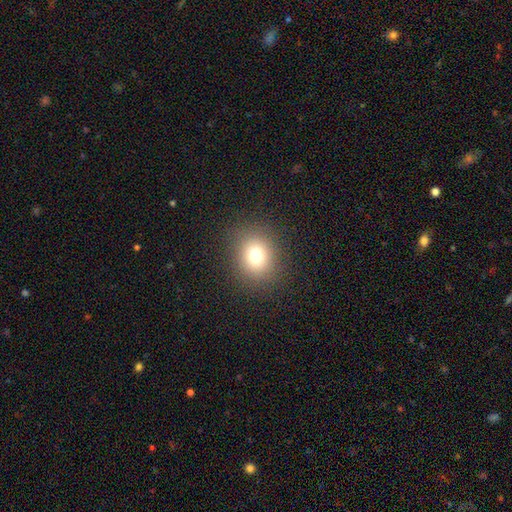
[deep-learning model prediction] Q: Smooth or featured?
A: smooth (75%); runner-up: star or artifact (16%)
Q: How rounded?
A: round (75%); runner-up: in between (24%)
Q: Merging?
A: none (88%); runner-up: minor disturbance (7%)